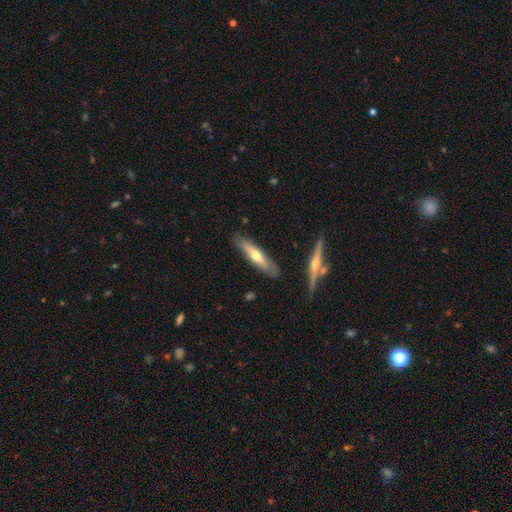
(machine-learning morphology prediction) Overall: smooth (50%; featured or disk 44%). How rounded: cigar-shaped (77%). Merging: none (84%).